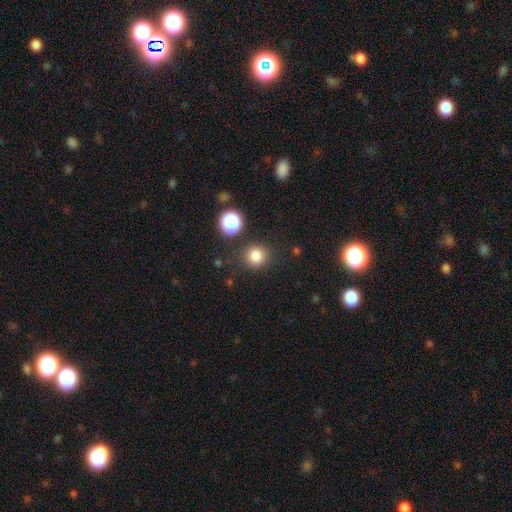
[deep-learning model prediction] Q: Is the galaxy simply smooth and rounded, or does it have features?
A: smooth — 81%.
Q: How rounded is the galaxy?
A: round — 88%.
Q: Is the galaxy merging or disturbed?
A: none — 84%.